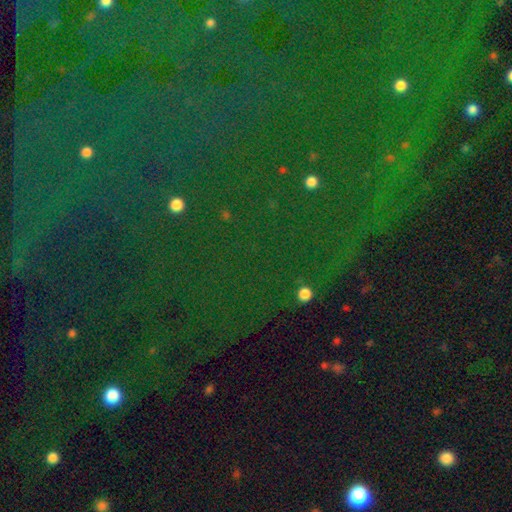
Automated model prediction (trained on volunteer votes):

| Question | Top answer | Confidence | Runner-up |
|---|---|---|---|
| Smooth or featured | star or artifact | 79% | smooth (12%) |